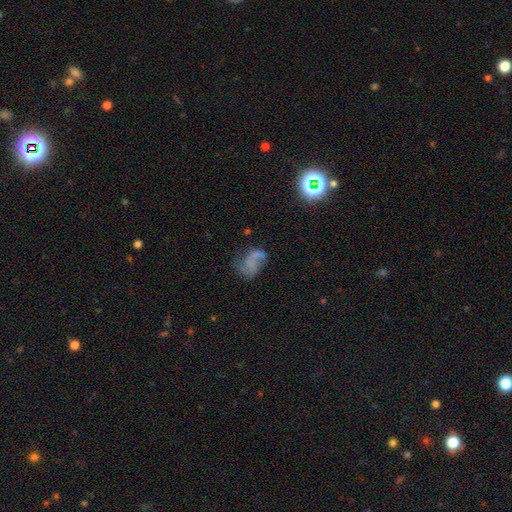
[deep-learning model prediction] A featured or disk galaxy (37%).

Vote fractions:
- Smooth or featured? featured or disk: 37% / star or artifact: 35% / smooth: 28%
- Merging? none: 58% / minor disturbance: 19% / major disturbance: 16% / merger: 7%